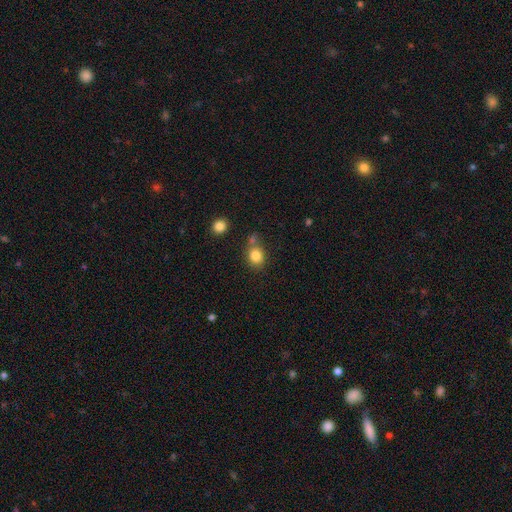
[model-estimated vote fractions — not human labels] Overall: smooth (83%). How rounded: round (66%; in between 33%). Merging: none (62%).